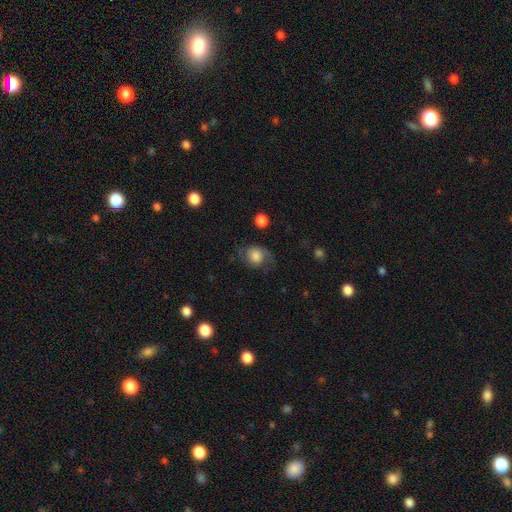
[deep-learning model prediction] A smooth galaxy with no disk features (61%) that is round (66%).

Vote fractions:
- Smooth or featured? smooth: 61% / featured or disk: 31% / star or artifact: 9%
- How rounded? round: 66% / in between: 33% / cigar-shaped: 1%
- Merging? none: 57% / minor disturbance: 24% / major disturbance: 16% / merger: 2%